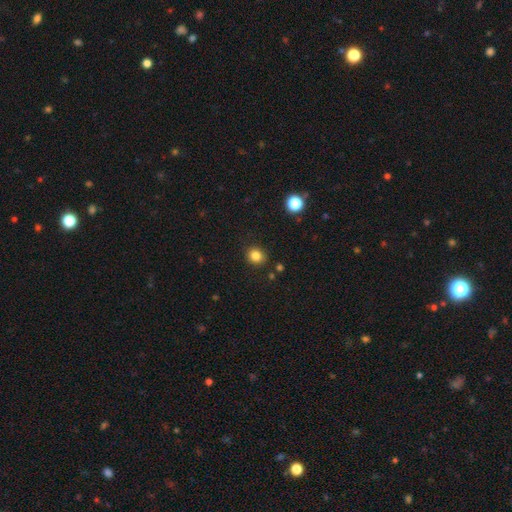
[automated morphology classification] Smooth or featured? Predicted: smooth (p=0.83). How rounded? Predicted: round (p=0.78). Merging? Predicted: none (p=0.88).